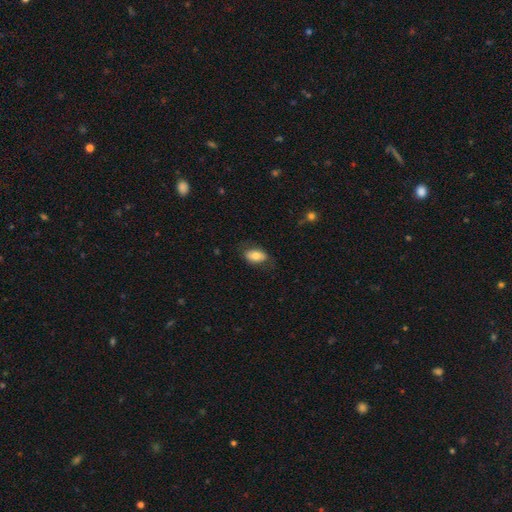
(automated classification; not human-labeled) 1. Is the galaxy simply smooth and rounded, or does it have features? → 74% smooth, 19% featured or disk, 7% star or artifact.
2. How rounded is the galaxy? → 91% in between, 7% round, 2% cigar-shaped.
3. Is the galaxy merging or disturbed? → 74% none, 18% minor disturbance, 7% major disturbance, 1% merger.